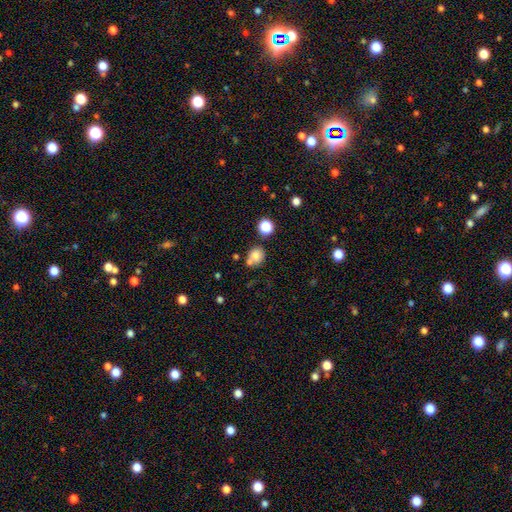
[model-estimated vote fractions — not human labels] Smooth or featured? smooth (77%)
How rounded? round (73%)
Merging? none (57%)